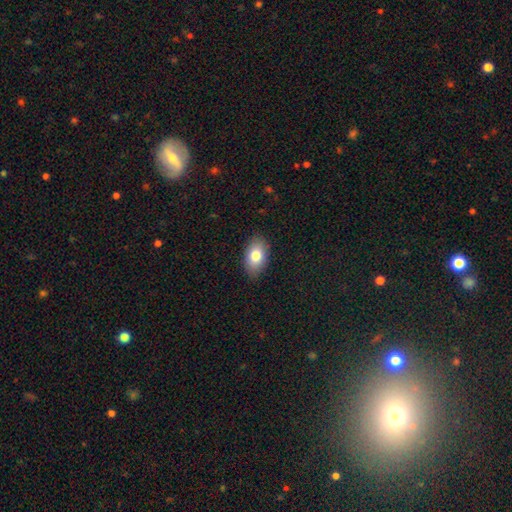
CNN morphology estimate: smooth 80%, featured or disk 13%, star or artifact 7%. Down the decision tree: how rounded — in between (92%); merging — none (86%).